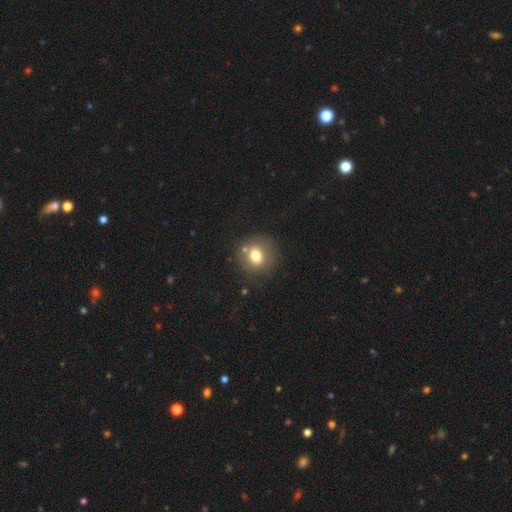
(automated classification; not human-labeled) Smooth or featured? smooth (71%)
How rounded? round (81%)
Merging? none (73%)